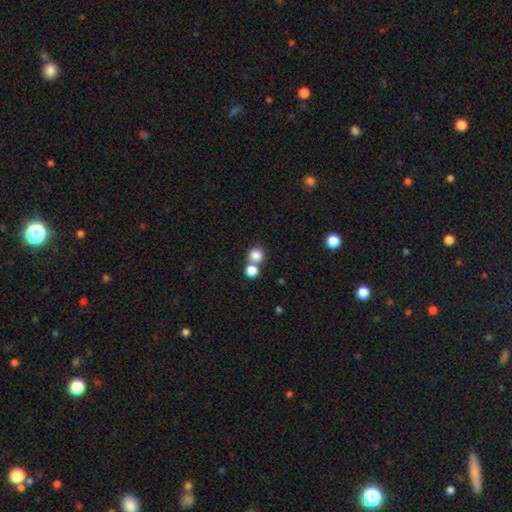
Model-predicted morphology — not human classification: The model was most divided on "merging": none: 54%, merger: 37%, minor disturbance: 6%, major disturbance: 3%. More confident: how rounded — round (89%); smooth or featured — smooth (82%).